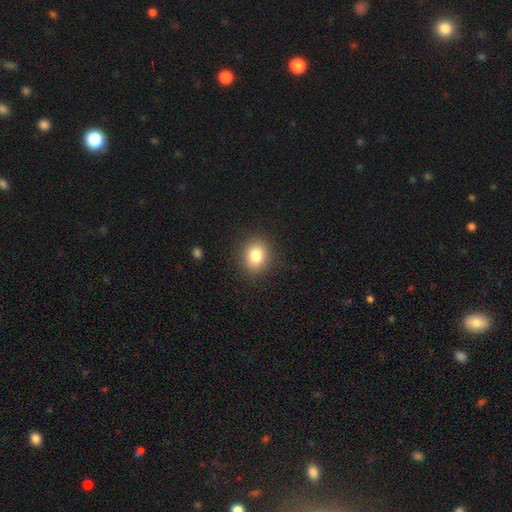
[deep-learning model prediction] Morphology: type=smooth (82%); roundness=round (66%); merging=none (89%).